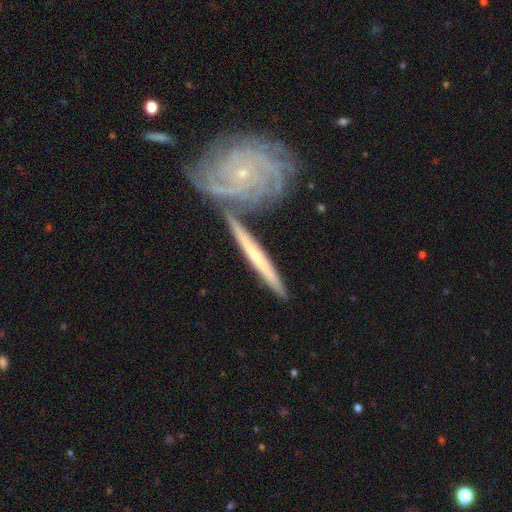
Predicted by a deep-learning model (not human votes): Smooth or featured? Predicted: featured or disk (p=0.72). Edge-on disk? Predicted: yes (p=0.69). Merging? Predicted: none (p=0.69).